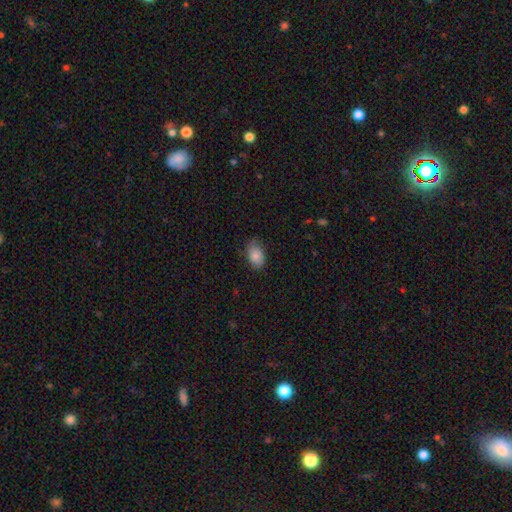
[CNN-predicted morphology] Smooth or featured?
  - smooth: 85% *
  - featured or disk: 8%
  - star or artifact: 8%
How rounded?
  - in between: 88% *
  - round: 11%
  - cigar-shaped: 1%
Merging?
  - none: 75% *
  - minor disturbance: 20%
  - major disturbance: 4%
  - merger: 1%